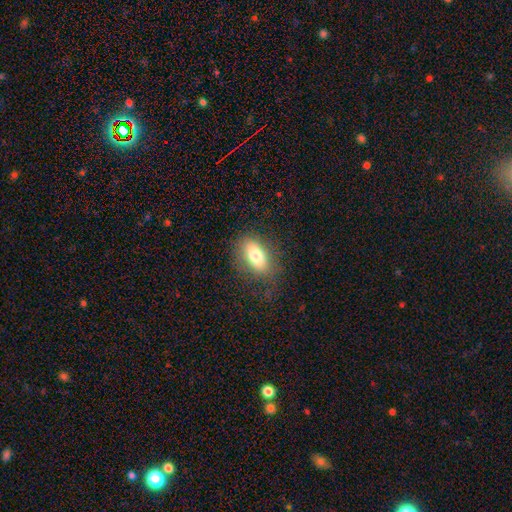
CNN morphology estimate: Smooth or featured? Predicted: smooth (p=0.75). How rounded? Predicted: in between (p=0.86). Merging? Predicted: none (p=0.78).